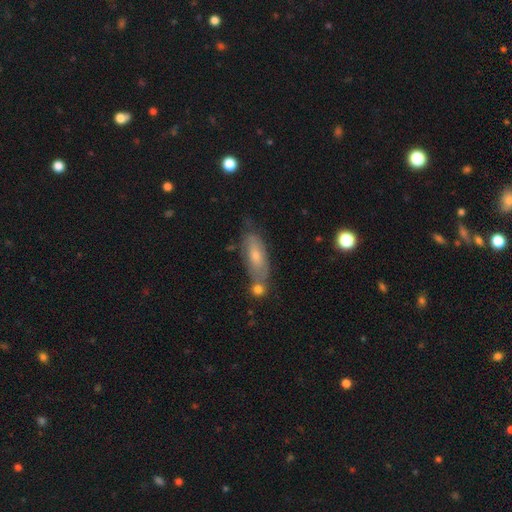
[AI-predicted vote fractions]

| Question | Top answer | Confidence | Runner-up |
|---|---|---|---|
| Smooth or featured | smooth | 52% | featured or disk (39%) |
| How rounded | in between | 58% | cigar-shaped (38%) |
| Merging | none | 57% | minor disturbance (20%) |